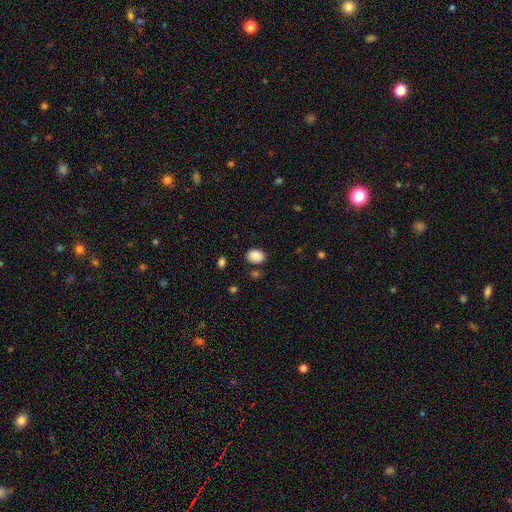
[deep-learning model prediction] smooth_or_featured: smooth (p=0.88) [alt: star or artifact p=0.09]
how_rounded: in between (p=0.72) [alt: round p=0.27]
merging: none (p=0.78) [alt: minor disturbance p=0.14]